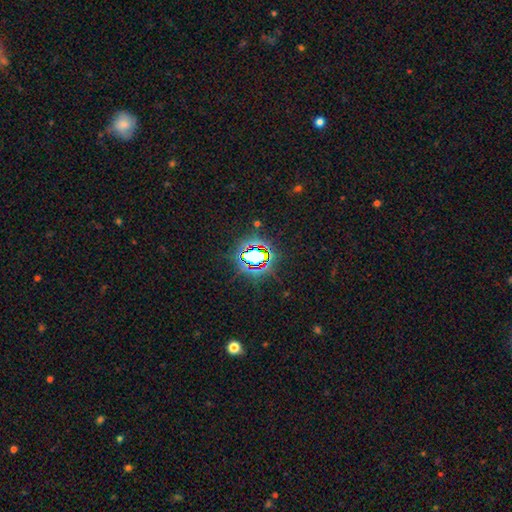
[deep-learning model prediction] Smooth or featured: star or artifact — 73% (smooth — 17%)